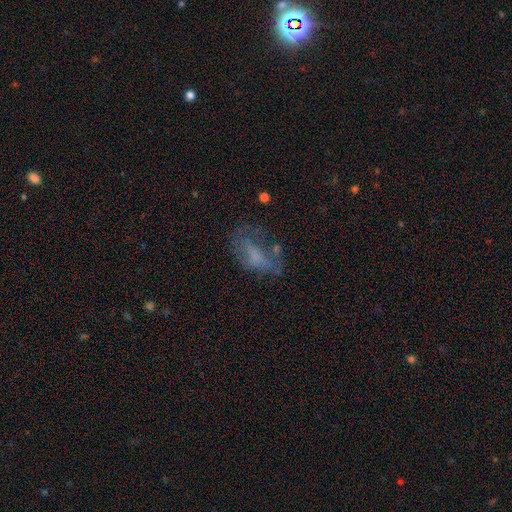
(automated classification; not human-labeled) This appears to be a featured or disk galaxy (43%, tied with smooth). Merging: none (38%).